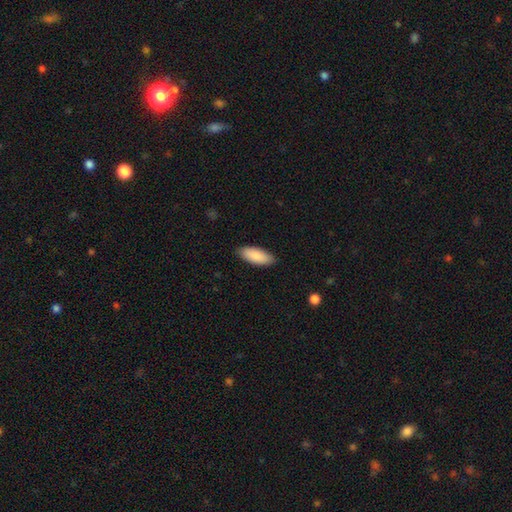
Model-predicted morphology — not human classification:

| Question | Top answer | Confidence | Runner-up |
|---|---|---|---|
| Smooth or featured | smooth | 88% | featured or disk (7%) |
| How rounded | in between | 83% | cigar-shaped (16%) |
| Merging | none | 87% | minor disturbance (10%) |